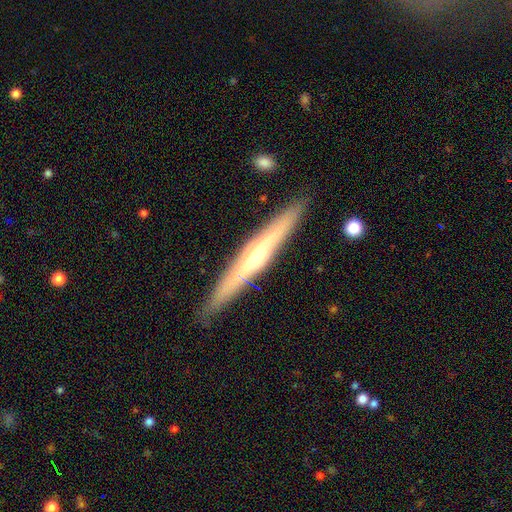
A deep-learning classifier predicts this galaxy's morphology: Smooth or featured?
  - featured or disk: 66% *
  - smooth: 28%
  - star or artifact: 6%
Edge-on disk?
  - yes: 95% *
  - no: 5%
Edge-on bulge?
  - rounded: 83% *
  - none: 12%
  - boxy: 4%
Merging?
  - none: 90% *
  - minor disturbance: 7%
  - major disturbance: 2%
  - merger: 1%